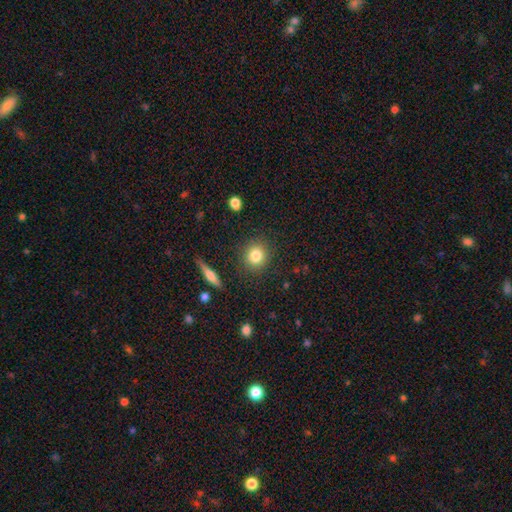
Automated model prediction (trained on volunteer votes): Overall: smooth (82%). How rounded: round (87%). Merging: none (88%).